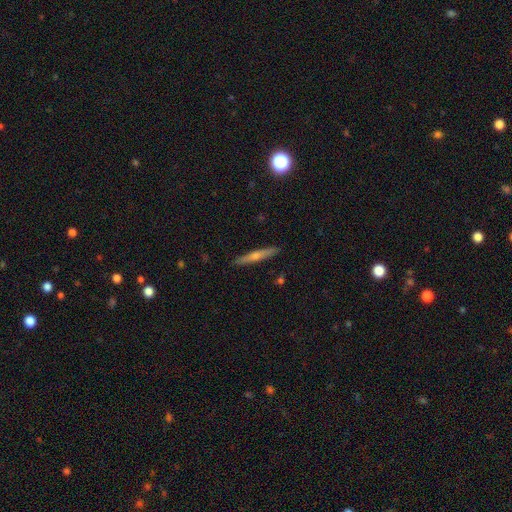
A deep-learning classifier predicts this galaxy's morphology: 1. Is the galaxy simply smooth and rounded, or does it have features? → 53% featured or disk, 40% smooth, 7% star or artifact.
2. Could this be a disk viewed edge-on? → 95% yes, 5% no.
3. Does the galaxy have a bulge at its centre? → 74% rounded, 22% none, 4% boxy.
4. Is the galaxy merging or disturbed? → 91% none, 7% minor disturbance, 1% major disturbance, 1% merger.